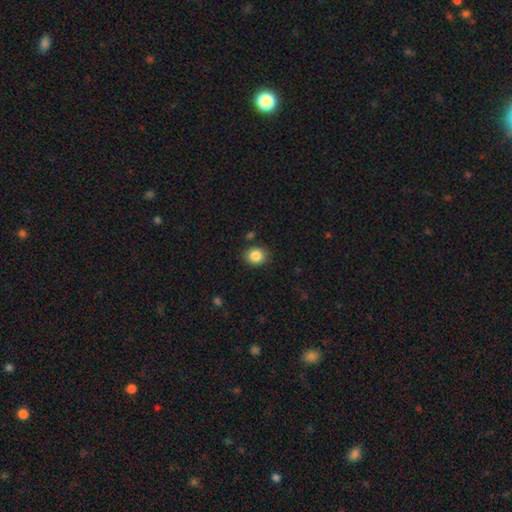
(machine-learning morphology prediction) This appears to be a smooth galaxy with no disk features (86%) that is round (65%). Merging: none (86%).